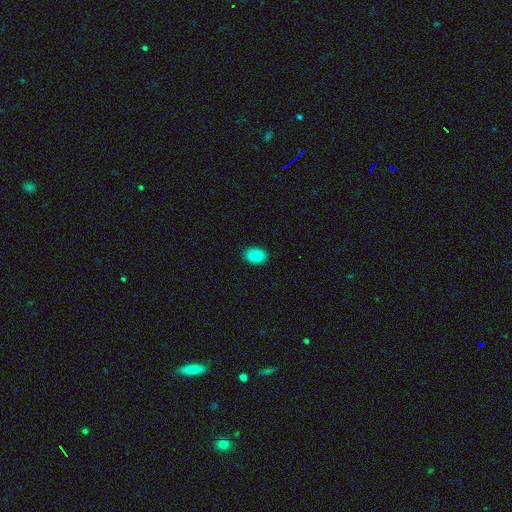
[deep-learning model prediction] Smooth or featured: smooth — 87% (star or artifact — 8%)
How rounded: in between — 84% (round — 15%)
Merging: none — 89% (minor disturbance — 8%)